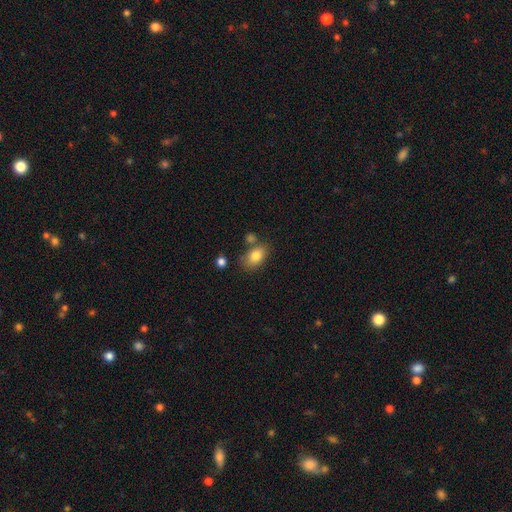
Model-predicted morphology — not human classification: A smooth galaxy with no disk features (82%) that is in between round and cigar-shaped (83%). Merging: none (65%).